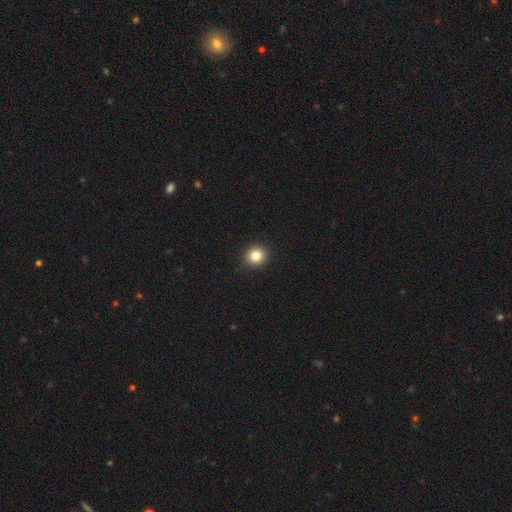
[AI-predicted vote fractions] Overall: smooth (83%). How rounded: round (90%). Merging: none (93%).